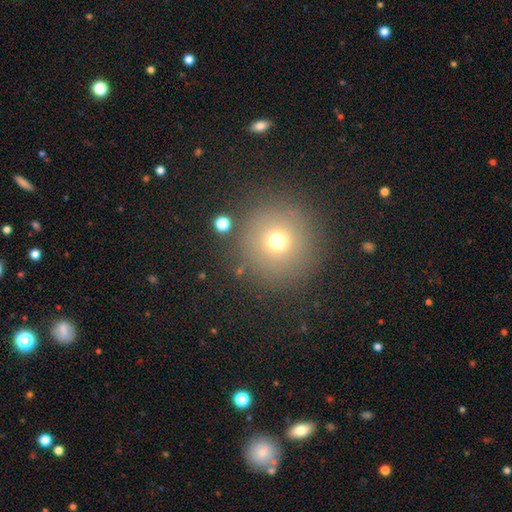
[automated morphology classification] Smooth or featured? smooth (61%)
How rounded? round (96%)
Merging? none (89%)